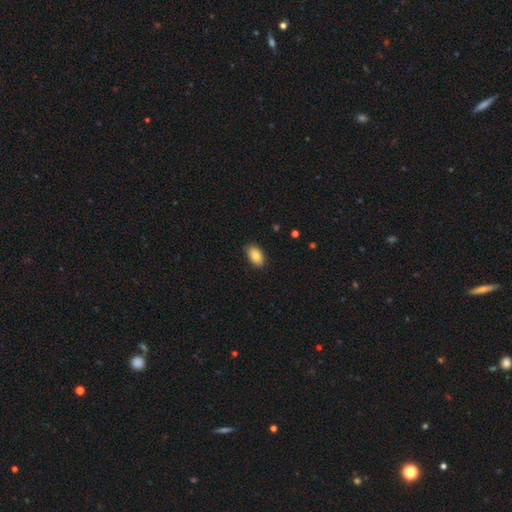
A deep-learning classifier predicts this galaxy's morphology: Smooth or featured? smooth (84%)
How rounded? in between (91%)
Merging? none (84%)